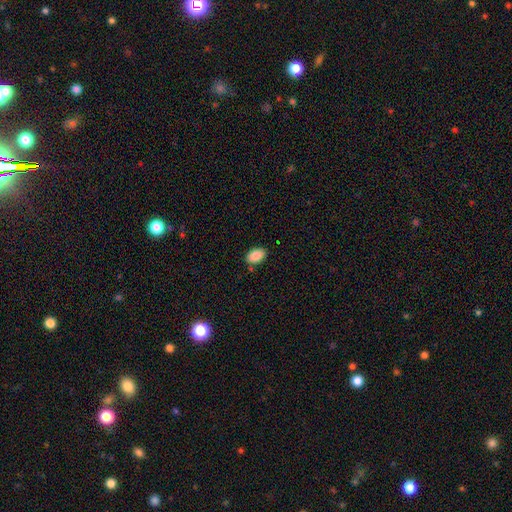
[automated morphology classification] type=smooth (89%); roundness=in between (90%); merging=none (83%).